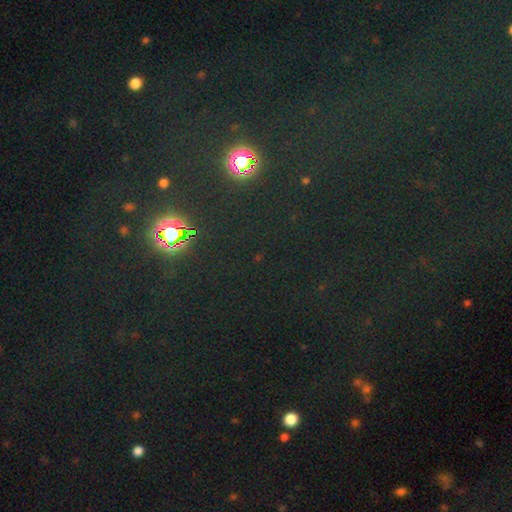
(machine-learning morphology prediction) smooth_or_featured: star or artifact (p=0.73) [alt: smooth p=0.19]